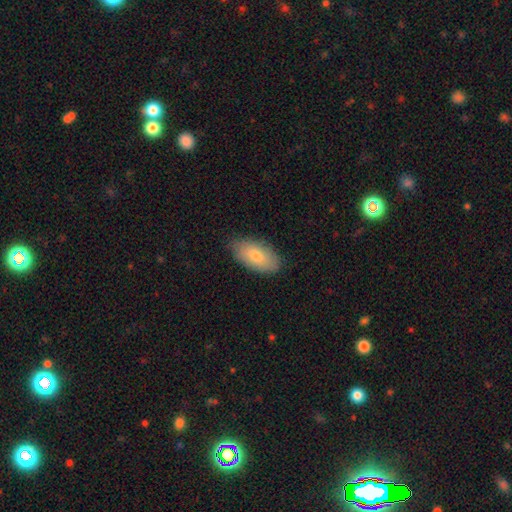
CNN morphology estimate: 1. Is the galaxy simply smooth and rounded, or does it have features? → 76% smooth, 17% featured or disk, 6% star or artifact.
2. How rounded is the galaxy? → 93% in between, 4% cigar-shaped, 3% round.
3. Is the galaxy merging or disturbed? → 82% none, 14% minor disturbance, 2% major disturbance, 1% merger.